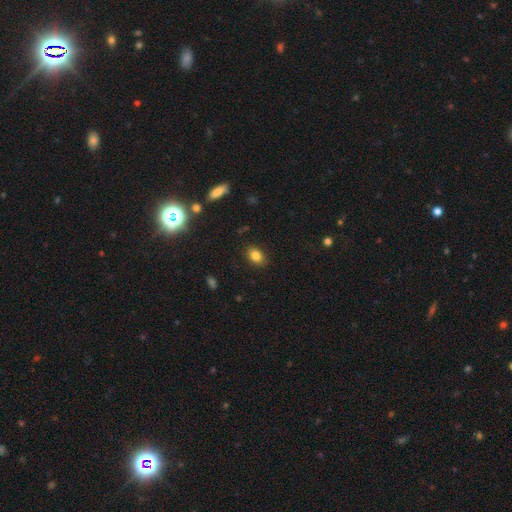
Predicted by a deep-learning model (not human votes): smooth_or_featured: smooth (p=0.83) [alt: star or artifact p=0.10]
how_rounded: in between (p=0.74) [alt: round p=0.25]
merging: none (p=0.87) [alt: minor disturbance p=0.09]